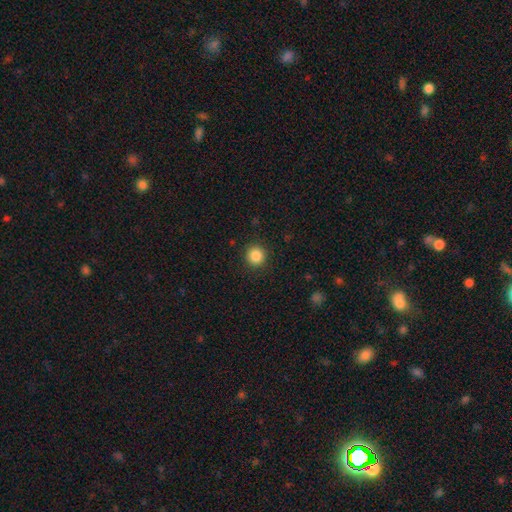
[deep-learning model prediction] Q: Smooth or featured?
A: smooth (86%); runner-up: star or artifact (10%)
Q: How rounded?
A: round (93%); runner-up: in between (6%)
Q: Merging?
A: none (91%); runner-up: minor disturbance (6%)